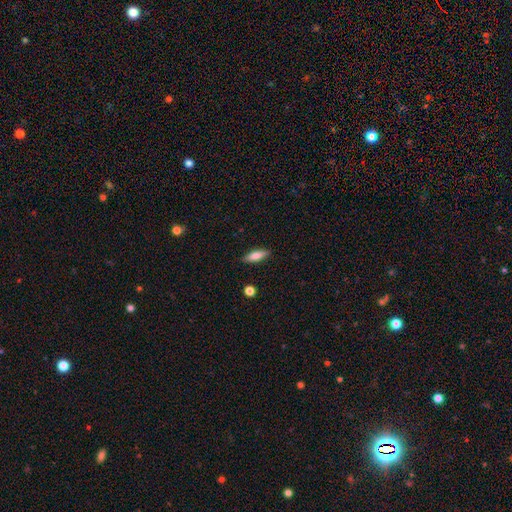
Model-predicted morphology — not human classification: Overall: smooth (75%). How rounded: in between (54%; cigar-shaped 44%). Merging: none (88%).